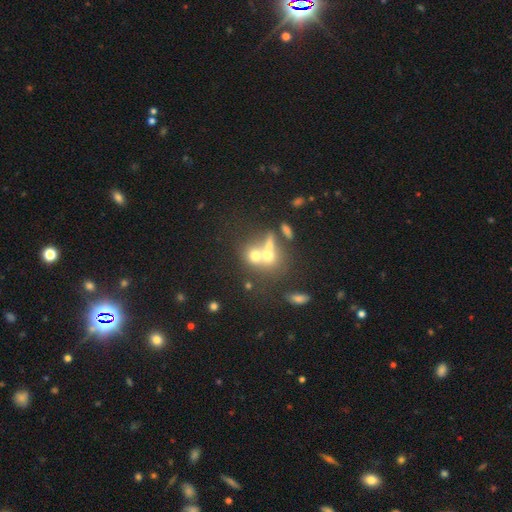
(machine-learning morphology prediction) A smooth galaxy with no disk features (59%) that is round (70%). Merging: merger (59%).